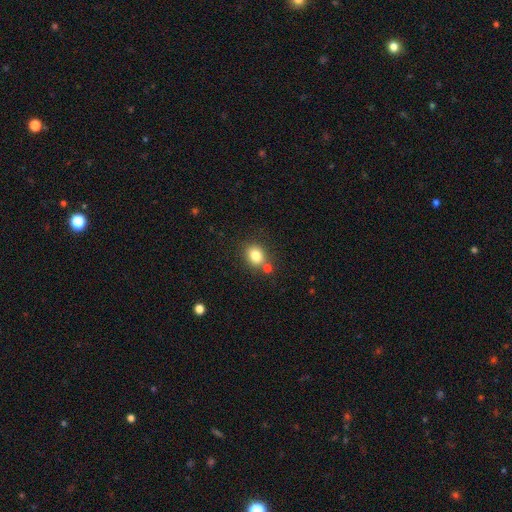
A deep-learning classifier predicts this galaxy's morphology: type=smooth (81%); roundness=round (58%); merging=none (70%).